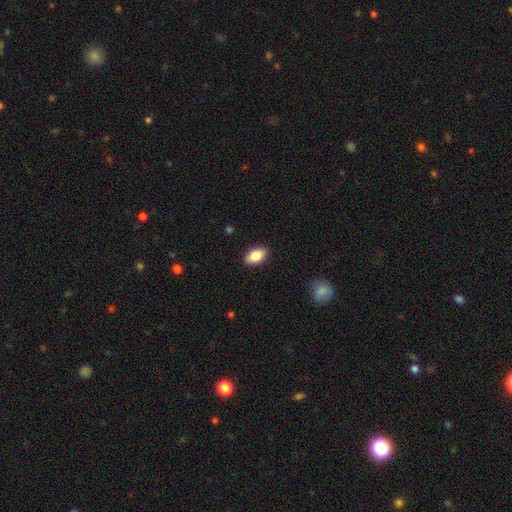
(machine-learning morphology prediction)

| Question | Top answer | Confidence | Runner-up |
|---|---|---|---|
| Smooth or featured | smooth | 85% | featured or disk (8%) |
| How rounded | in between | 91% | round (7%) |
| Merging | none | 89% | minor disturbance (9%) |